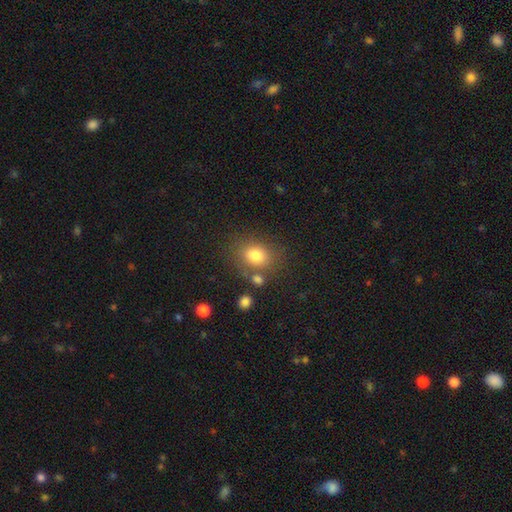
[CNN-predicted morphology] Smooth or featured? smooth (79%)
How rounded? in between (51%)
Merging? none (71%)